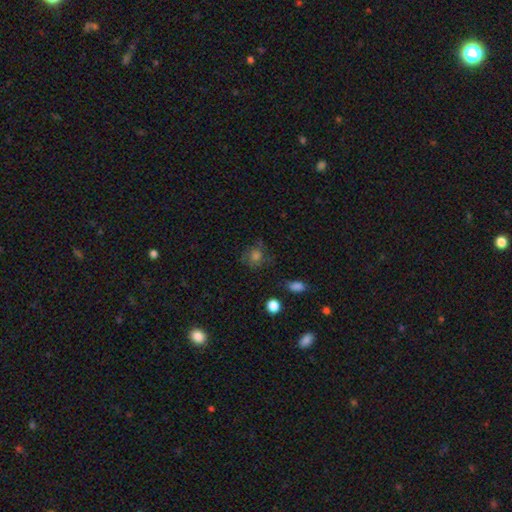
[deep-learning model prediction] smooth-or-featured: smooth: 63% | star or artifact: 19% | featured or disk: 17%
  how-rounded: round: 80% | in between: 19% | cigar-shaped: 1%
  merging: none: 67% | minor disturbance: 20% | major disturbance: 10% | merger: 3%